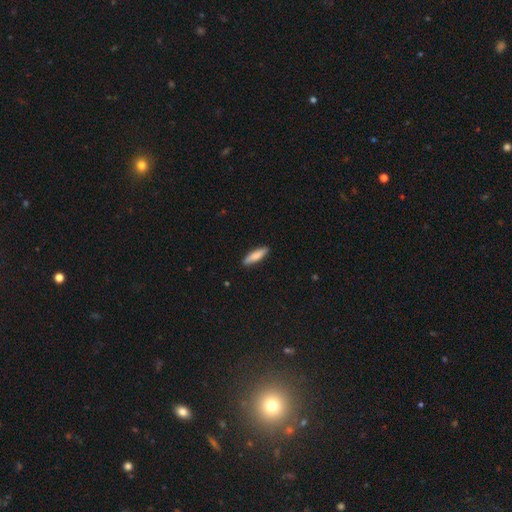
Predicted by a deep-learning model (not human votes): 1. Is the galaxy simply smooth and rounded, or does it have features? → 81% smooth, 14% featured or disk, 6% star or artifact.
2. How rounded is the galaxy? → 69% cigar-shaped, 29% in between, 2% round.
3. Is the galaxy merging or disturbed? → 89% none, 8% minor disturbance, 2% major disturbance, 1% merger.